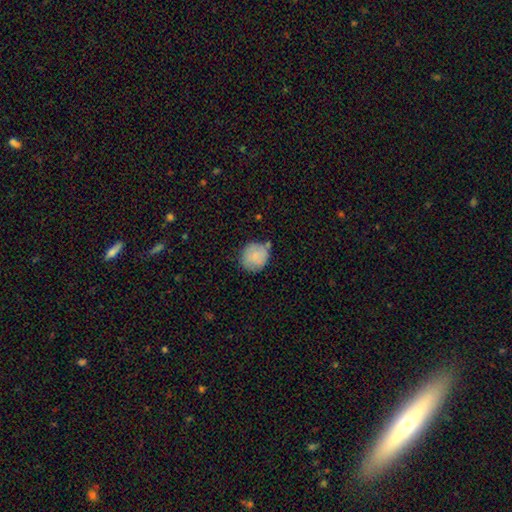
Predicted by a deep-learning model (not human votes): A smooth galaxy with no disk features (80%) that is round (86%).

Vote fractions:
- Smooth or featured? smooth: 80% / featured or disk: 13% / star or artifact: 7%
- How rounded? round: 86% / in between: 13% / cigar-shaped: 1%
- Merging? none: 66% / minor disturbance: 22% / merger: 8% / major disturbance: 5%